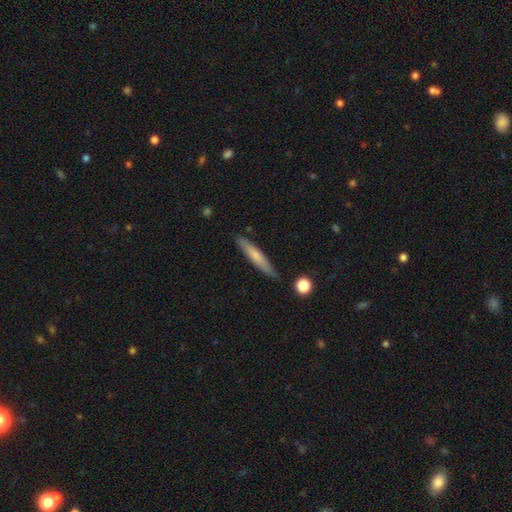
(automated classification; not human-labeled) Smooth or featured? smooth (65%)
How rounded? cigar-shaped (92%)
Merging? none (86%)